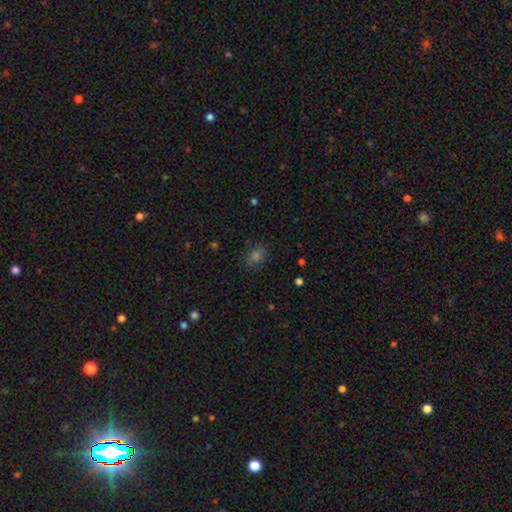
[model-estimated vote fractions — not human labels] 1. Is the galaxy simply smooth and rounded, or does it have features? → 70% smooth, 23% star or artifact, 7% featured or disk.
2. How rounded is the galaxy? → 67% in between, 31% round, 2% cigar-shaped.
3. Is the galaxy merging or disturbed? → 86% none, 10% minor disturbance, 3% major disturbance, 1% merger.